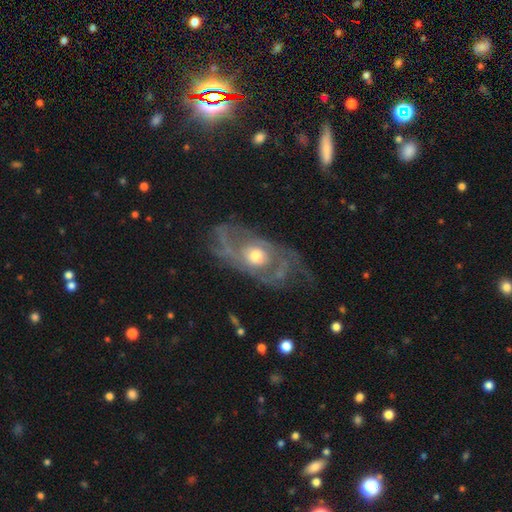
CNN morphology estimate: Smooth or featured: featured or disk — 82% (smooth — 12%)
Edge-on disk: no — 93% (yes — 7%)
Bar: no — 77% (weak — 18%)
Spiral arms: yes — 81% (no — 19%)
Spiral winding: tight — 41% (medium — 39%)
Spiral arm count: 2 — 40% (can't tell — 34%)
Bulge size: moderate — 61% (small — 30%)
Merging: none — 58% (minor disturbance — 20%)